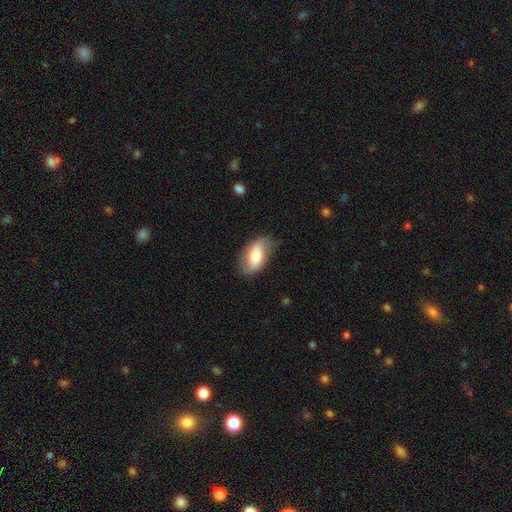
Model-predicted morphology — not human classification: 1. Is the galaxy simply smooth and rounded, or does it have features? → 64% smooth, 29% featured or disk, 6% star or artifact.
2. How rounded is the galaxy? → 92% in between, 5% round, 3% cigar-shaped.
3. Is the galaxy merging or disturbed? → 67% none, 24% minor disturbance, 8% major disturbance, 1% merger.